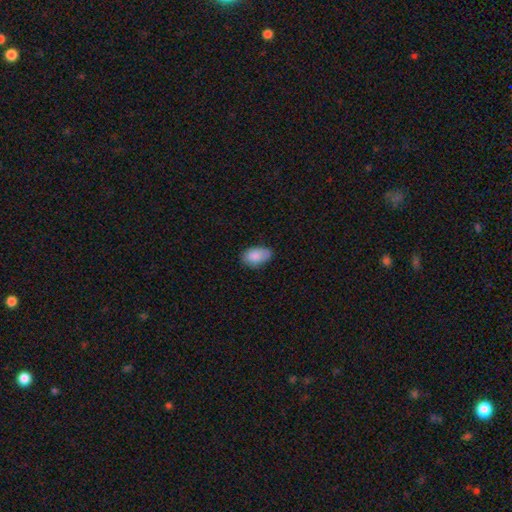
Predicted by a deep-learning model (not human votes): smooth-or-featured: smooth: 87% | star or artifact: 7% | featured or disk: 7%
  how-rounded: in between: 92% | round: 6% | cigar-shaped: 1%
  merging: none: 73% | minor disturbance: 22% | major disturbance: 4% | merger: 1%